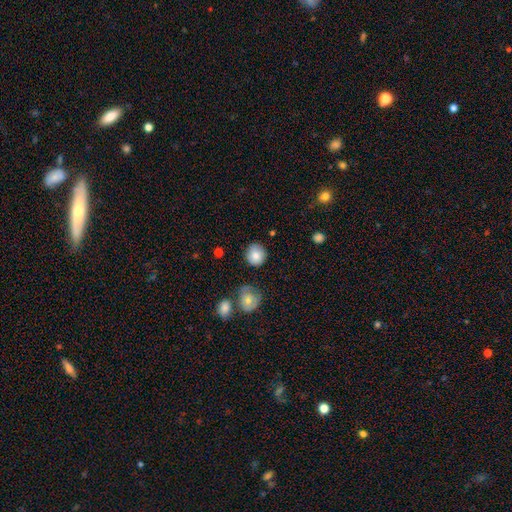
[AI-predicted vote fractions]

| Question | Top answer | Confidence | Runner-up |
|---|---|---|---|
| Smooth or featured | smooth | 83% | featured or disk (9%) |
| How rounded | round | 88% | in between (11%) |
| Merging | none | 81% | minor disturbance (13%) |